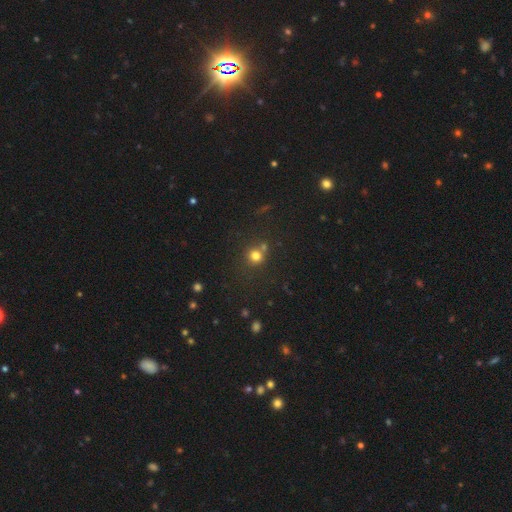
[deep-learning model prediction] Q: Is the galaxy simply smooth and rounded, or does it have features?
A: smooth — 76%.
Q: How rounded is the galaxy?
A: round — 90%.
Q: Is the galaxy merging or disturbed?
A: none — 64%.